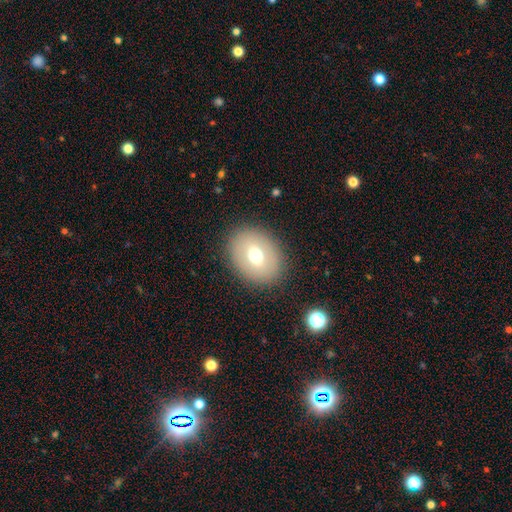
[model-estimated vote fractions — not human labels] Overall: smooth (67%). How rounded: in between (56%; round 43%). Merging: none (87%).